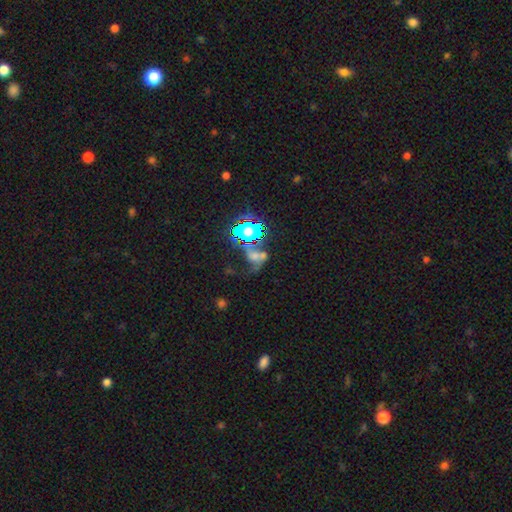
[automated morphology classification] Overall: star or artifact (41%; smooth 34%).